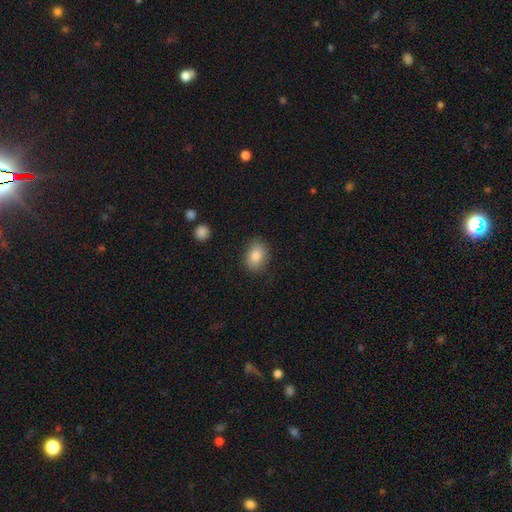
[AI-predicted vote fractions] Smooth or featured: smooth — 83% (featured or disk — 8%)
How rounded: in between — 70% (round — 29%)
Merging: none — 83% (minor disturbance — 12%)